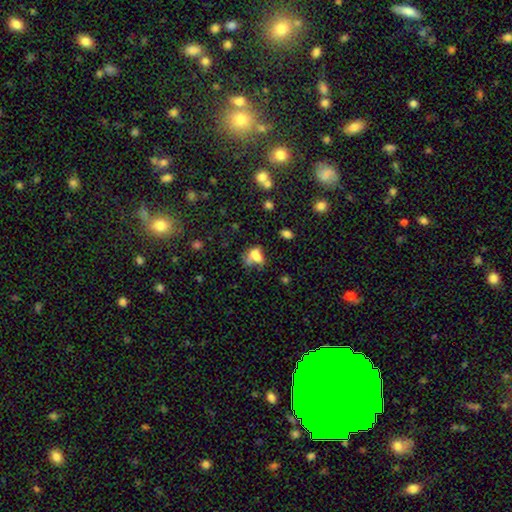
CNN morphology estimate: Overall: smooth (62%). How rounded: in between (74%). Merging: merger (31%; none 28%).